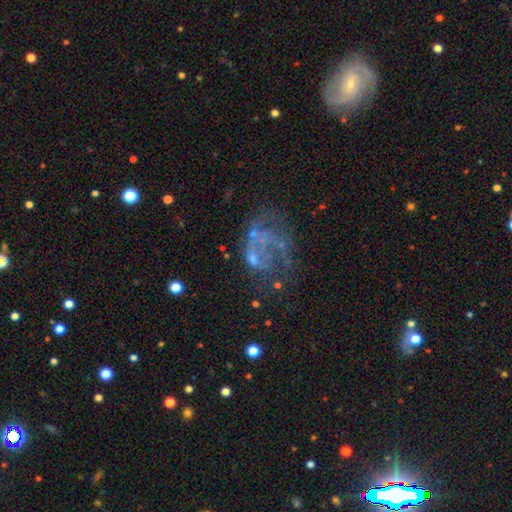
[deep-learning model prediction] The model was most divided on "merging": major disturbance: 40%, none: 34%, minor disturbance: 15%, merger: 11%. More confident: edge-on disk — no (98%); bar — no (90%); spiral arms — no (84%); bulge size — none (75%); smooth or featured — featured or disk (66%).